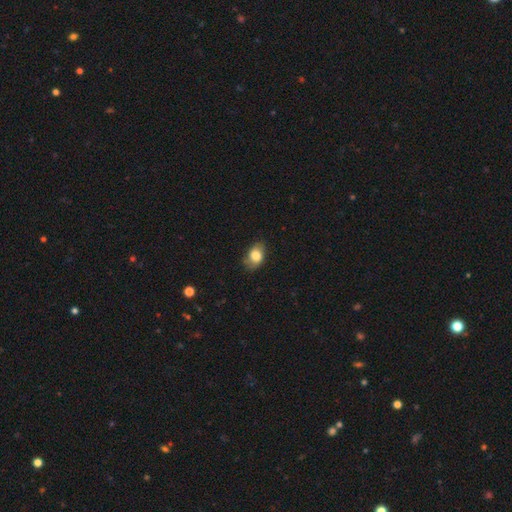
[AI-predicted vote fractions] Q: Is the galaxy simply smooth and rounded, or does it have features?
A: smooth — 81%.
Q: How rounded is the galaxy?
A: in between — 82%.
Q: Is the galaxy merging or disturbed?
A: none — 76%.